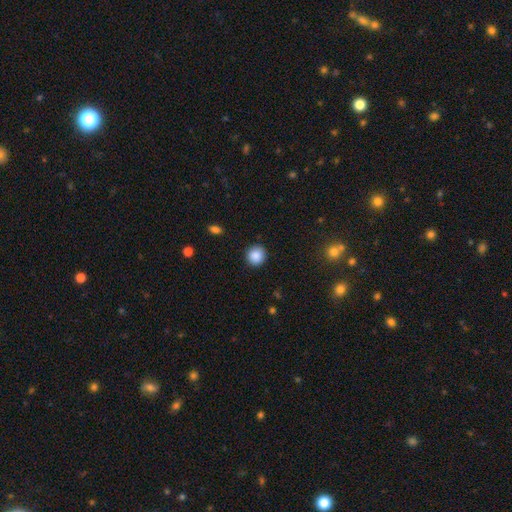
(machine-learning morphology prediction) Smooth or featured: smooth — 88% (star or artifact — 9%)
How rounded: round — 91% (in between — 8%)
Merging: none — 90% (minor disturbance — 7%)